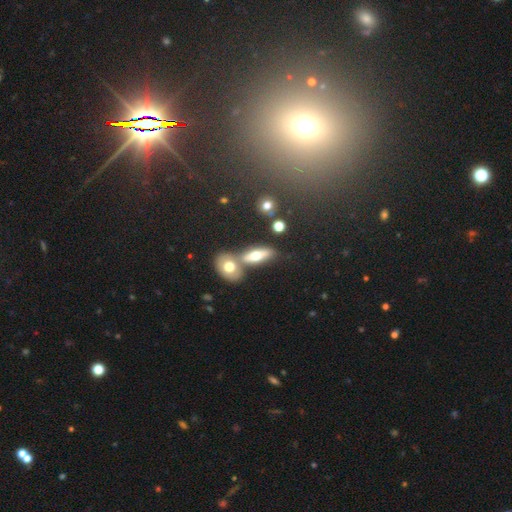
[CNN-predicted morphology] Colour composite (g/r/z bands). It shows a smooth galaxy with no disk features (56%) that is in between round and cigar-shaped (66%). Merging: none (51%).